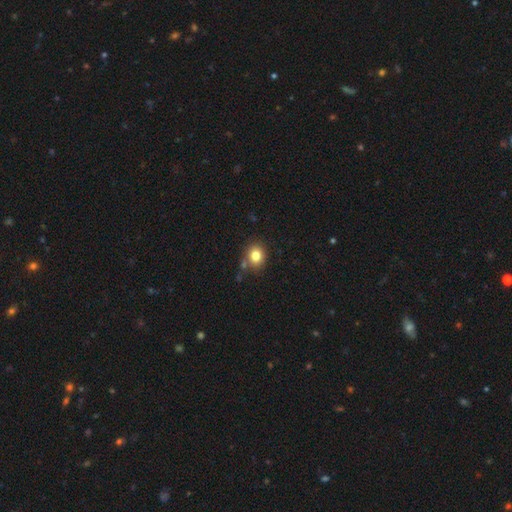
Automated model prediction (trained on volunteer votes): Smooth or featured? smooth (82%)
How rounded? round (67%)
Merging? none (74%)